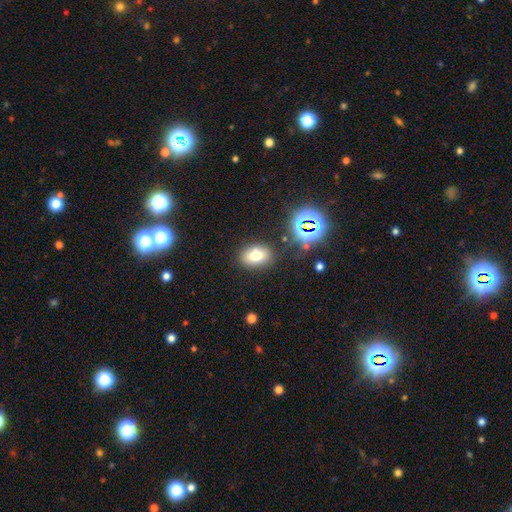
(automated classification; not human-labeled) Overall: smooth (74%). How rounded: in between (75%). Merging: none (81%).